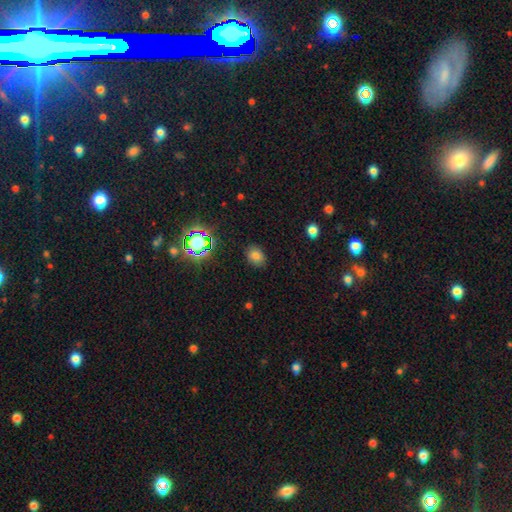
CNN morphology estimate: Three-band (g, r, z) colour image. It shows a smooth galaxy with no disk features (74%) that is in between round and cigar-shaped (59%). Merging: none (84%).